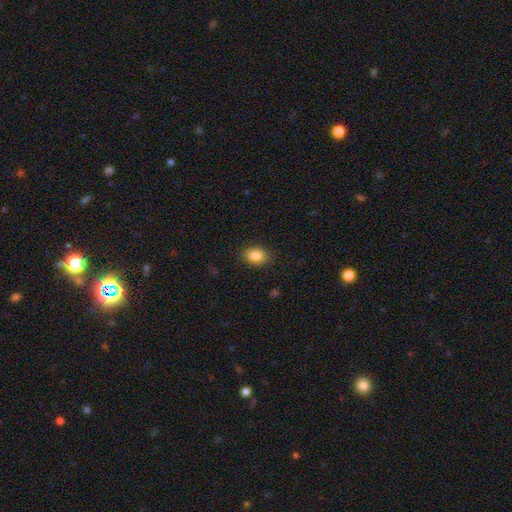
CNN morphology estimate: type=smooth (85%); roundness=in between (76%); merging=none (88%).